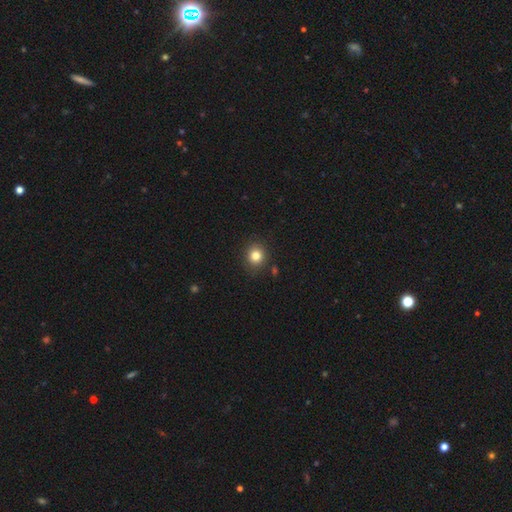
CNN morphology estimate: This is clearly a smooth galaxy (82%). How rounded: clearly round (84%). Merging: clearly none (87%).